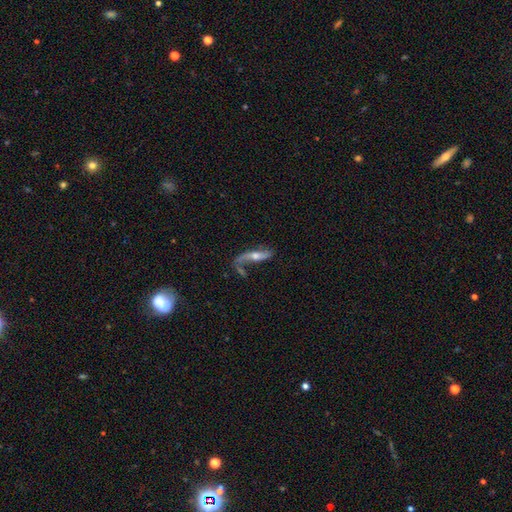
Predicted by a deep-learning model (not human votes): smooth_or_featured: featured or disk (p=0.72) [alt: smooth p=0.21]
disk_edge_on: no (p=0.58) [alt: yes p=0.42]
merging: none (p=0.46) [alt: minor disturbance p=0.22]